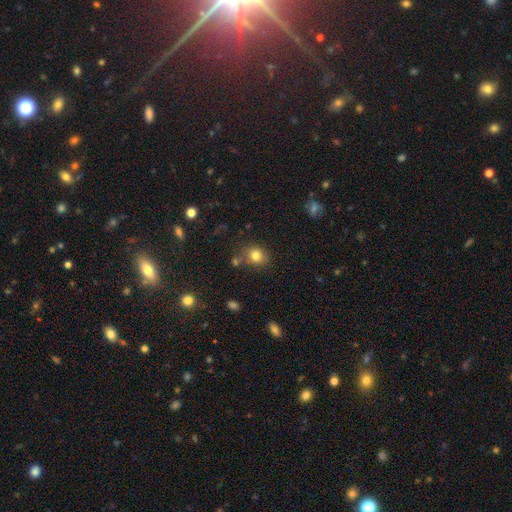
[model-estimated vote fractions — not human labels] Smooth or featured? smooth (80%)
How rounded? round (70%)
Merging? none (71%)